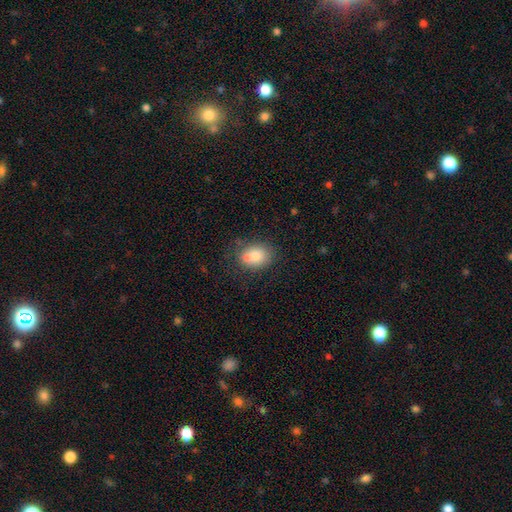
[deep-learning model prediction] smooth_or_featured: smooth (p=0.75) [alt: featured or disk p=0.15]
how_rounded: in between (p=0.50) [alt: round p=0.49]
merging: none (p=0.54) [alt: merger p=0.27]